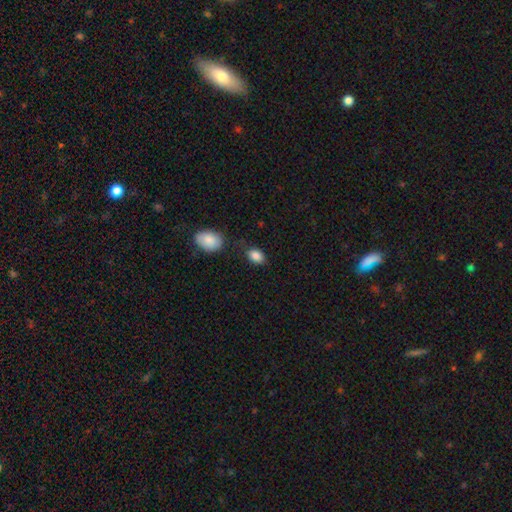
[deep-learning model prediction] A smooth galaxy with no disk features (87%) that is in between round and cigar-shaped (80%).

Vote fractions:
- Smooth or featured? smooth: 87% / star or artifact: 8% / featured or disk: 4%
- How rounded? in between: 80% / round: 18% / cigar-shaped: 1%
- Merging? none: 77% / minor disturbance: 15% / merger: 5% / major disturbance: 4%